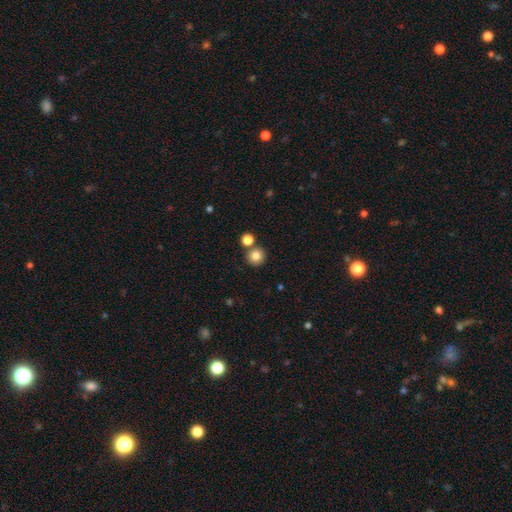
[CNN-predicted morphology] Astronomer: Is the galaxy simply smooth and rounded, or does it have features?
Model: smooth — 83%.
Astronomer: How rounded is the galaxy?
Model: round — 93%.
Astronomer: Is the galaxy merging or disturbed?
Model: none — 76%.